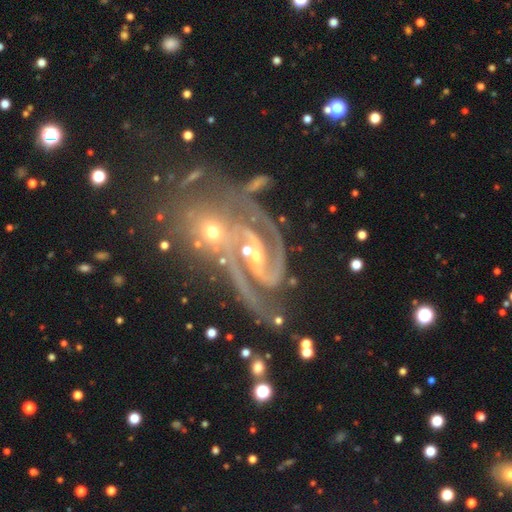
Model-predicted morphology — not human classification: smooth-or-featured: featured or disk: 88% | star or artifact: 7% | smooth: 5%
  disk-edge-on: no: 98% | yes: 2%
    bar: no: 38% | weak: 35% | strong: 28%
    has-spiral-arms: yes: 98% | no: 2%
      spiral-winding: medium: 56% | tight: 29% | loose: 14%
      spiral-arm-count: 2: 87% | 3: 5% | can't tell: 3% | 1: 2% | 4: 2% | more than 4: 2%
    bulge-size: small: 64% | moderate: 29% | none: 3% | large: 2% | dominant: 1%
  merging: merger: 37% | none: 36% | minor disturbance: 15% | major disturbance: 12%